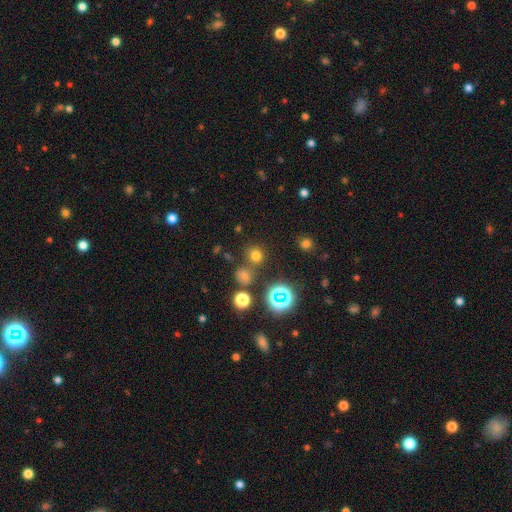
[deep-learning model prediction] Morphology: type=smooth (66%); roundness=round (85%); merging=none (73%).